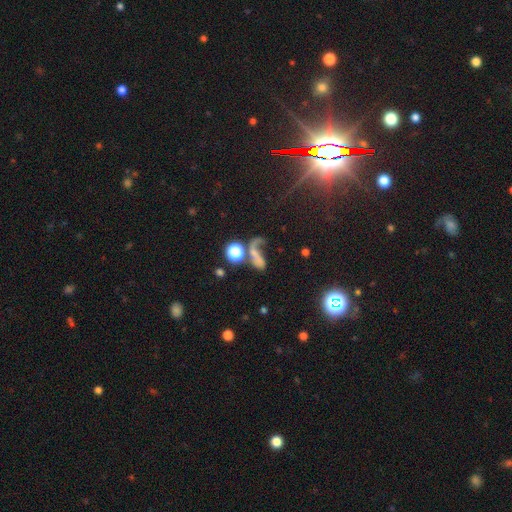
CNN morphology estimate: This is possibly a smooth galaxy (46%). Merging: marginally major disturbance (33%).